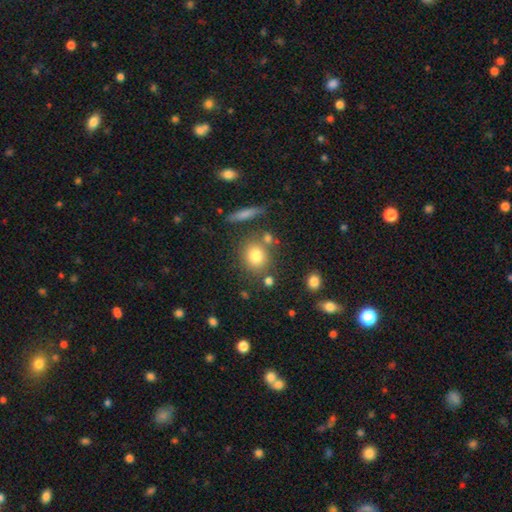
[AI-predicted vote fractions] A smooth galaxy with no disk features (79%) that is round (75%). Merging: none (71%).